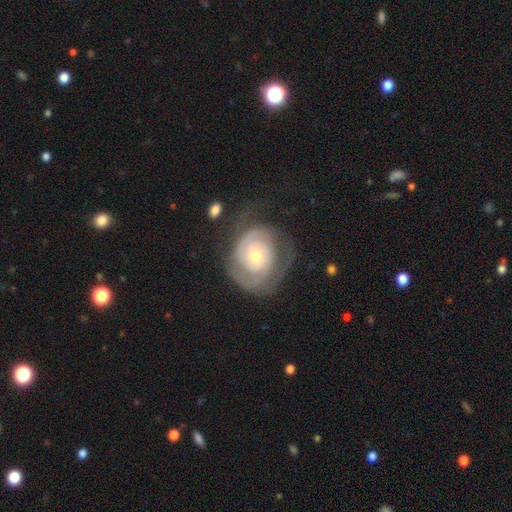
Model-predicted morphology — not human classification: featured or disk 82%, smooth 12%, star or artifact 5%. Down the decision tree: edge-on disk — no (97%); bar — no (74%); spiral arms — yes (93%); spiral arm count — 2 (46%); spiral winding — tight (69%); bulge size — moderate (47%, tied with small); merging — none (60%).